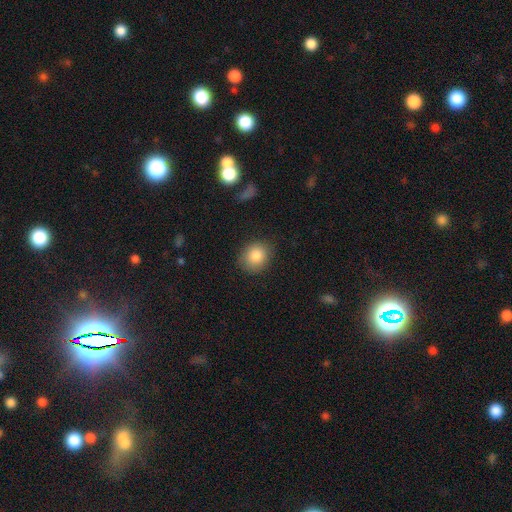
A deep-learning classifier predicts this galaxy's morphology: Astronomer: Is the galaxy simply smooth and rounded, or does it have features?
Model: smooth — 85%.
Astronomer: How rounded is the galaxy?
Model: round — 73%.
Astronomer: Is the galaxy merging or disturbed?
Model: none — 83%.